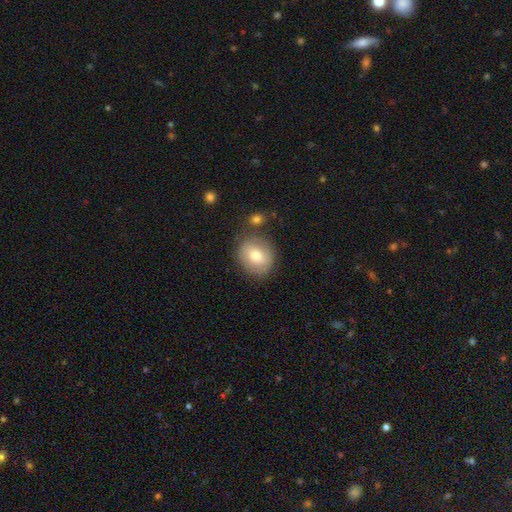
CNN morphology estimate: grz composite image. It shows a smooth galaxy with no disk features (71%) that is round (66%). Merging: none (76%).